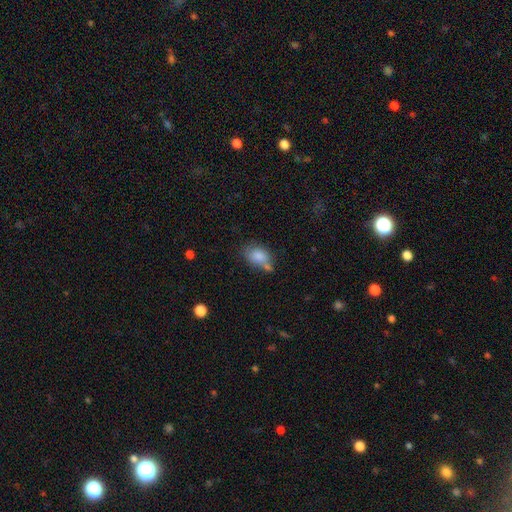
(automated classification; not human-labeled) Smooth or featured: smooth — 79% (star or artifact — 11%)
How rounded: in between — 74% (round — 24%)
Merging: none — 52% (minor disturbance — 22%)